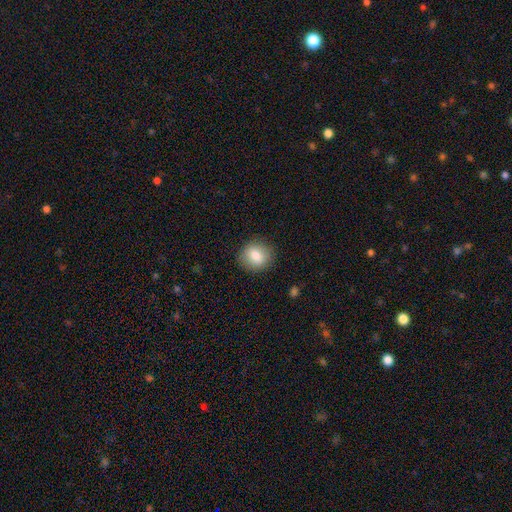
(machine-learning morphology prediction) Overall: smooth (80%). How rounded: round (78%). Merging: none (88%).